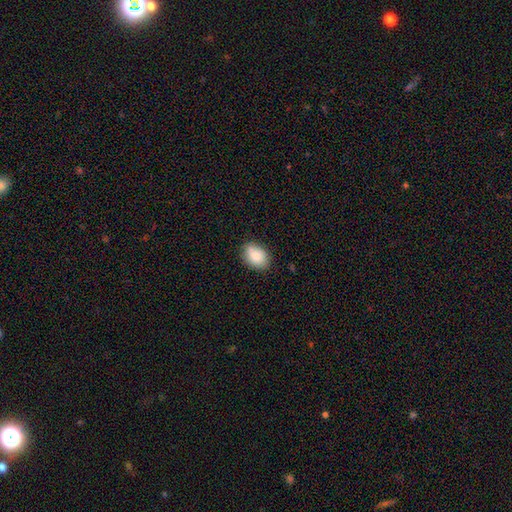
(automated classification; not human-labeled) This appears to be a smooth galaxy with no disk features (85%) that is in between round and cigar-shaped (79%). Merging: none (79%).